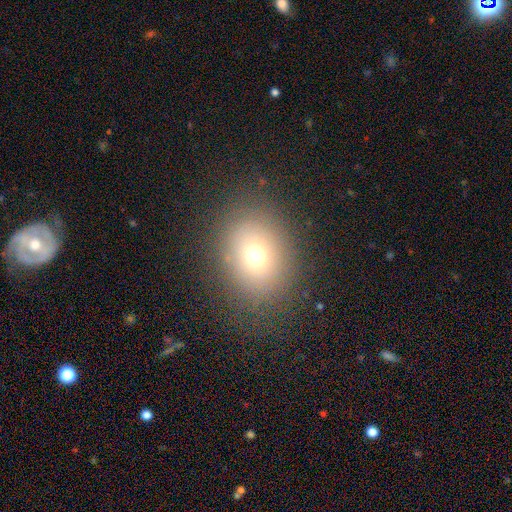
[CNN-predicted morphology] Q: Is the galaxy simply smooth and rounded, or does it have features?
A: smooth — 69%.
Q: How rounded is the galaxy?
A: round — 53%.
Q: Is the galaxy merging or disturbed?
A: none — 82%.